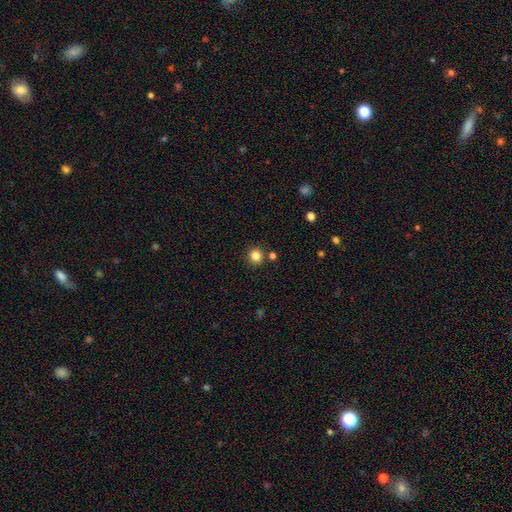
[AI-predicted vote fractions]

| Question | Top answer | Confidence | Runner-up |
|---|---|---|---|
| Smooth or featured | smooth | 84% | star or artifact (12%) |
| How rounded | round | 91% | in between (9%) |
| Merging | none | 85% | minor disturbance (7%) |